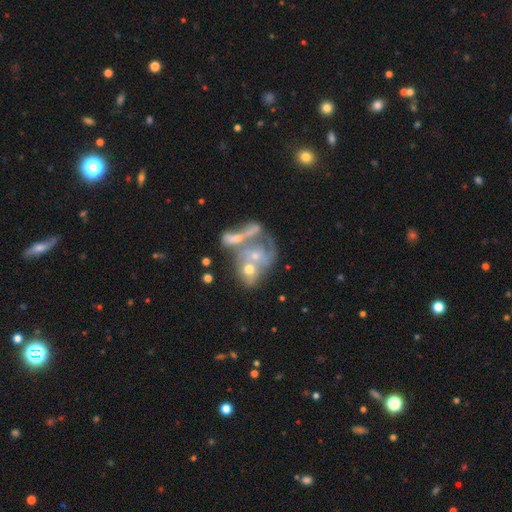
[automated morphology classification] A featured or disk galaxy (52%) with no bar (86%), no spiral arms (77%) and a moderate central bulge (40%). Merging: merger (63%).